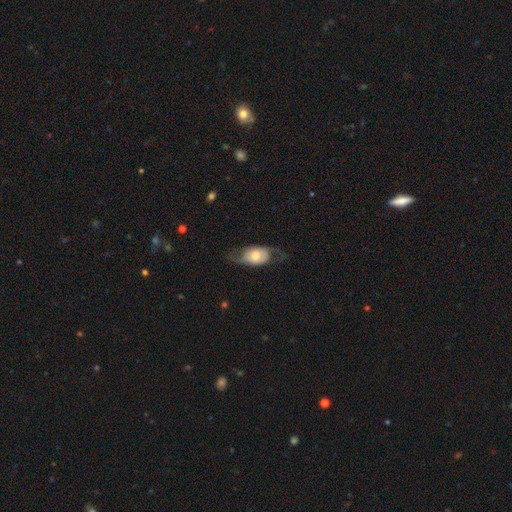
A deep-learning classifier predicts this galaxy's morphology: The model was most divided on "smooth or featured": featured or disk: 50%, smooth: 44%, star or artifact: 7%. More confident: merging — none (54%).